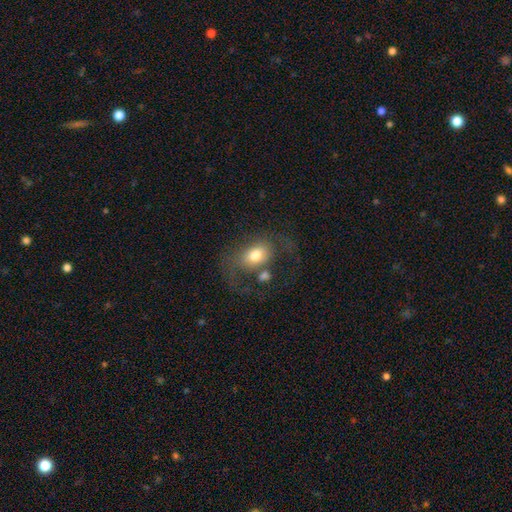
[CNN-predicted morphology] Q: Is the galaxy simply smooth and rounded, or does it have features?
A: smooth — 65%.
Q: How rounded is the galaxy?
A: in between — 71%.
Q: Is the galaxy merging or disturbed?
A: none — 34%.